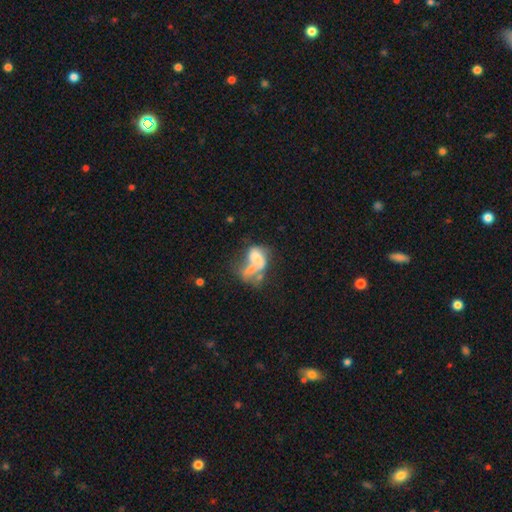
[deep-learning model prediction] Smooth or featured? Predicted: featured or disk (p=0.45). Merging? Predicted: merger (p=0.41).